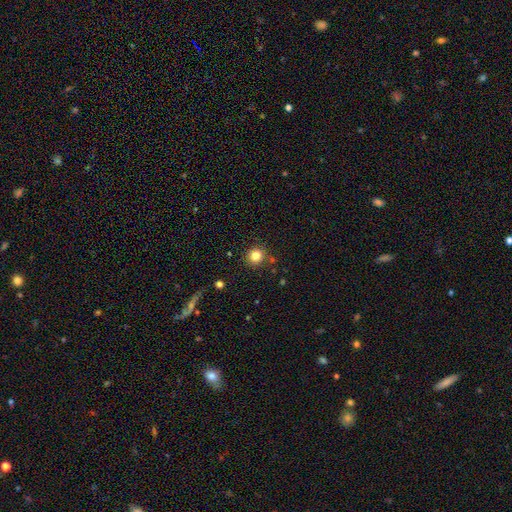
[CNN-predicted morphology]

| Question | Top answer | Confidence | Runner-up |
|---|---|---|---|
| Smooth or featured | smooth | 82% | star or artifact (12%) |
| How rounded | round | 92% | in between (7%) |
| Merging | none | 86% | minor disturbance (8%) |